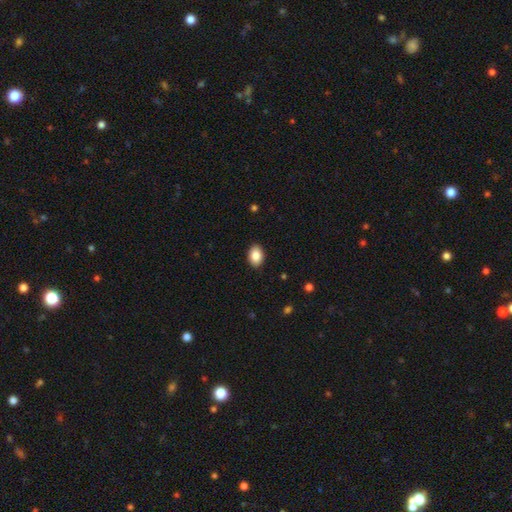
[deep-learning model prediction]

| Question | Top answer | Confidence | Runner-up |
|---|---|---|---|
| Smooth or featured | smooth | 86% | star or artifact (7%) |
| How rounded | in between | 81% | round (18%) |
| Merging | none | 89% | minor disturbance (8%) |